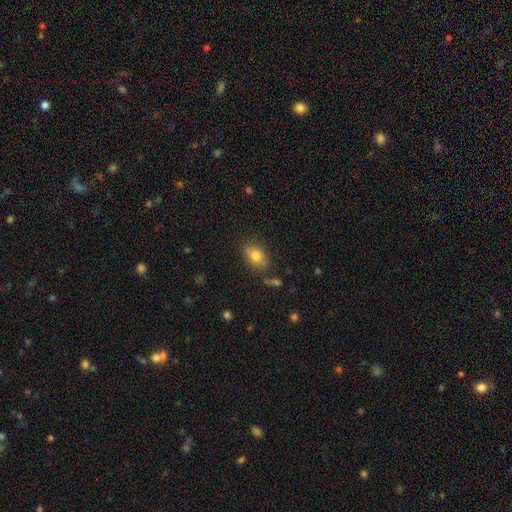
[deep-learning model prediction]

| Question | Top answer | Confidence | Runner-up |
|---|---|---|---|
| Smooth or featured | smooth | 78% | featured or disk (11%) |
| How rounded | in between | 76% | round (22%) |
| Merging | none | 70% | minor disturbance (18%) |